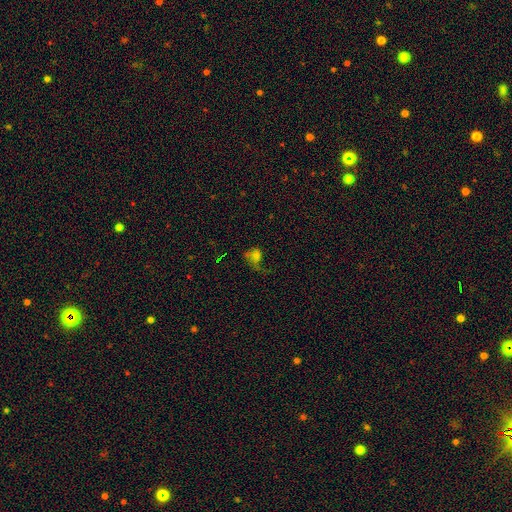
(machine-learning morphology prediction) smooth_or_featured: smooth (p=0.54) [alt: featured or disk p=0.24]
how_rounded: in between (p=0.59) [alt: round p=0.39]
merging: major disturbance (p=0.48) [alt: none p=0.26]